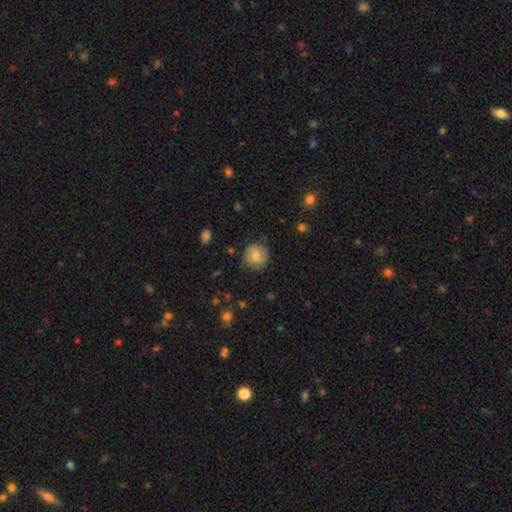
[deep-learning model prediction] Morphology: type=smooth (68%); roundness=round (89%); merging=none (75%).